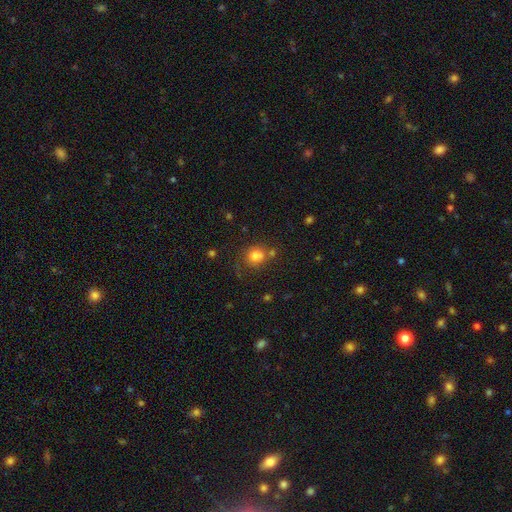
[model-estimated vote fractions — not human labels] Smooth or featured? smooth (77%)
How rounded? round (74%)
Merging? none (57%)